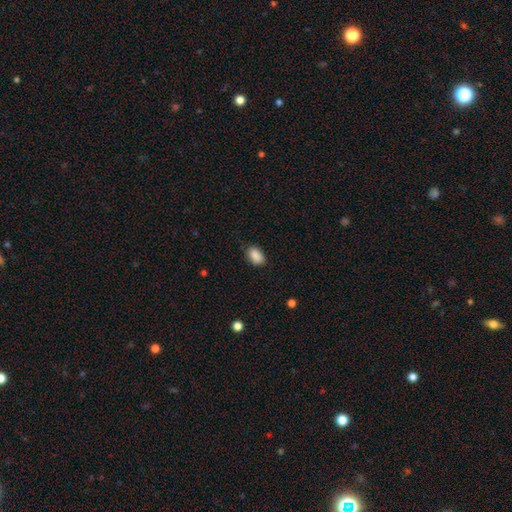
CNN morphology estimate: Smooth or featured? Predicted: smooth (p=0.89). How rounded? Predicted: in between (p=0.90). Merging? Predicted: none (p=0.82).